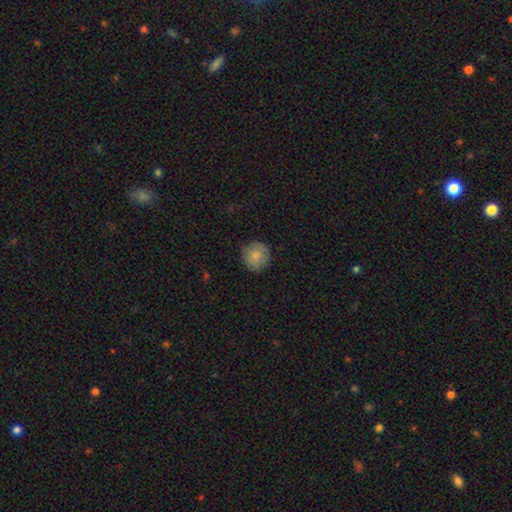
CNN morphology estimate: type=smooth (81%); roundness=round (90%); merging=none (80%).